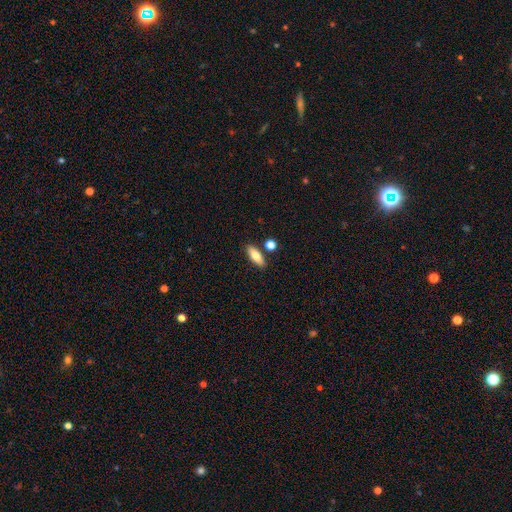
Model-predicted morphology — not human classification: A smooth galaxy with no disk features (74%) that is in between round and cigar-shaped (70%). Merging: none (81%).